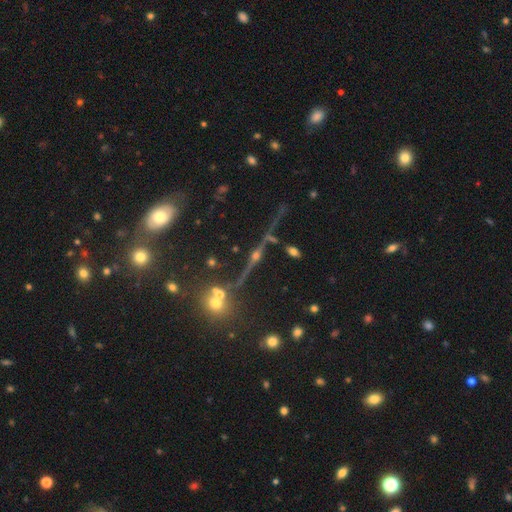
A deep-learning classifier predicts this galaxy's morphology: Smooth or featured: featured or disk — 76% (star or artifact — 16%)
Edge-on disk: yes — 88% (no — 12%)
Edge-on bulge: rounded — 94% (boxy — 3%)
Merging: none — 73% (minor disturbance — 13%)